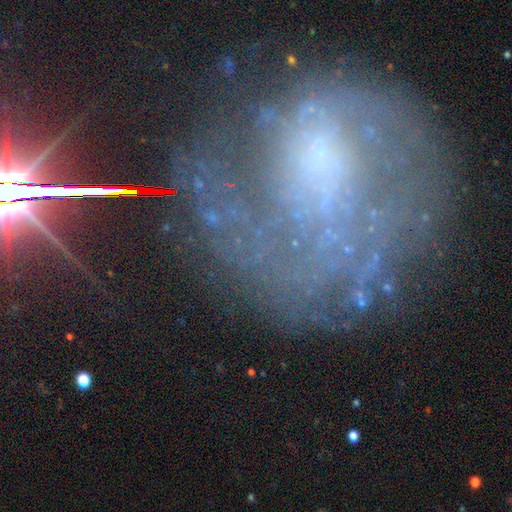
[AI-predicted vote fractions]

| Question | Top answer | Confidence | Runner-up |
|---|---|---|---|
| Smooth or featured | featured or disk | 59% | star or artifact (24%) |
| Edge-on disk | no | 94% | yes (6%) |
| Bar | no | 68% | weak (22%) |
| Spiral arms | yes | 54% | no (46%) |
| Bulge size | none | 38% | small (32%) |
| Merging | none | 51% | major disturbance (26%) |